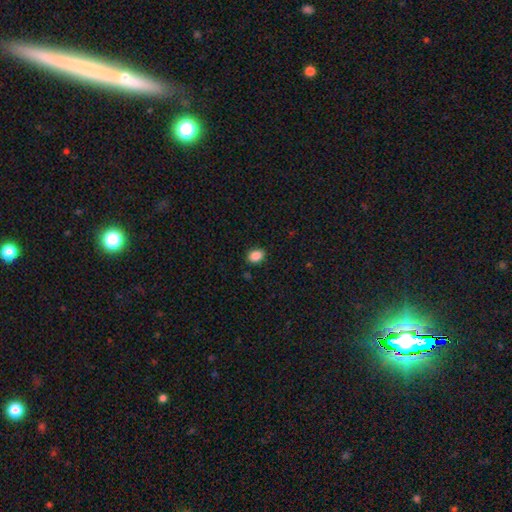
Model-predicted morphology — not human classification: Overall: smooth (88%). How rounded: in between (73%). Merging: none (88%).